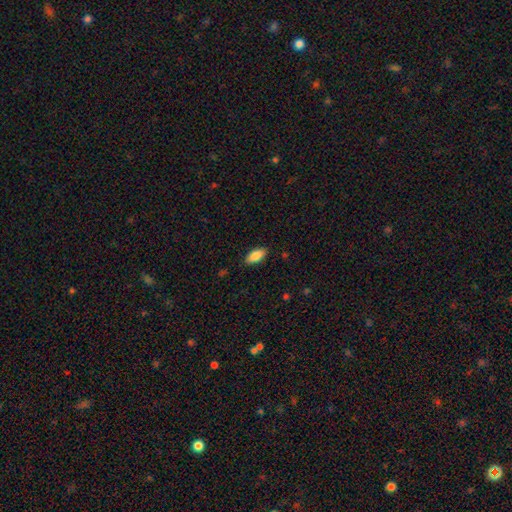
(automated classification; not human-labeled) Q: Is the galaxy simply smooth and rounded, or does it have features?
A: smooth — 87%.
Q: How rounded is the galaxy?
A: in between — 90%.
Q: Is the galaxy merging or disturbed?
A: none — 87%.